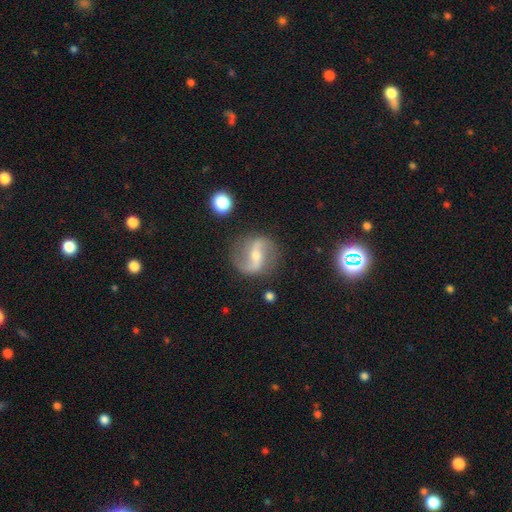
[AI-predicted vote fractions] featured or disk 86%, smooth 7%, star or artifact 6%. Down the decision tree: edge-on disk — no (97%); bar — strong (45%); spiral arms — yes (96%); spiral arm count — 2 (93%); spiral winding — loose (61%); bulge size — small (51%); merging — none (83%).